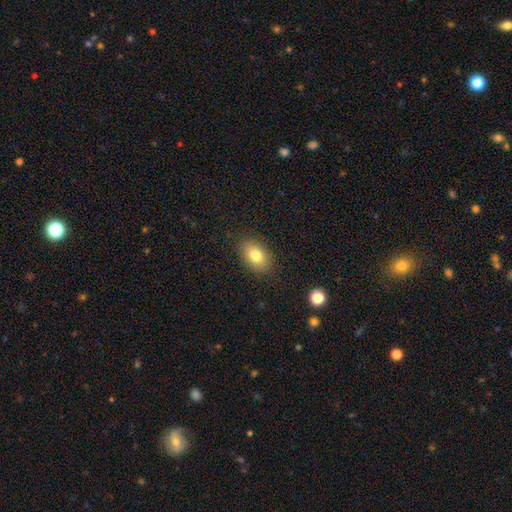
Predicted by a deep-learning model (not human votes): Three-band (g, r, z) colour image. It shows a smooth galaxy with no disk features (80%) that is in between round and cigar-shaped (84%). Merging: none (87%).